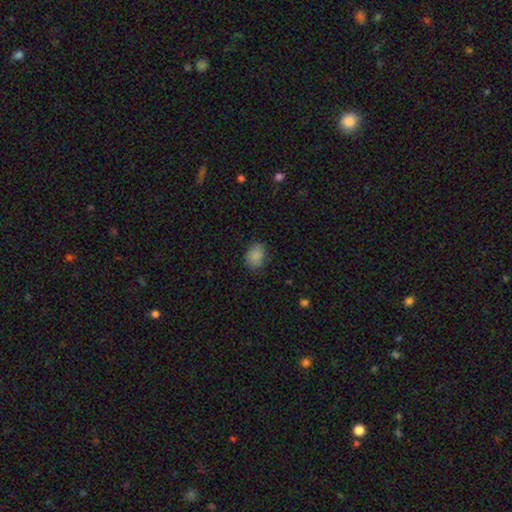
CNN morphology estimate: This appears to be a smooth galaxy with no disk features (86%) that is in between round and cigar-shaped (54%). Merging: none (81%).